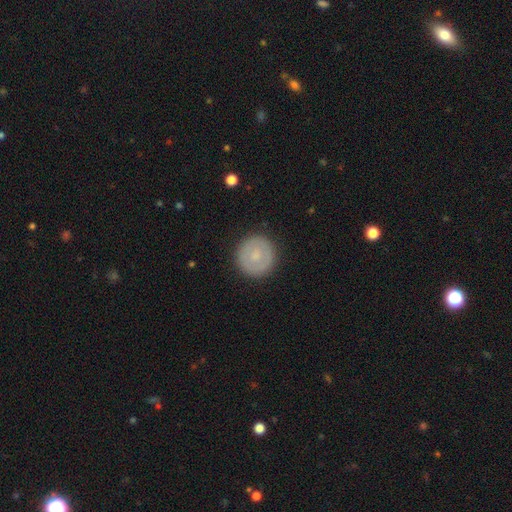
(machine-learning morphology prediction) Overall: smooth (66%; featured or disk 28%). How rounded: round (95%). Merging: none (90%).